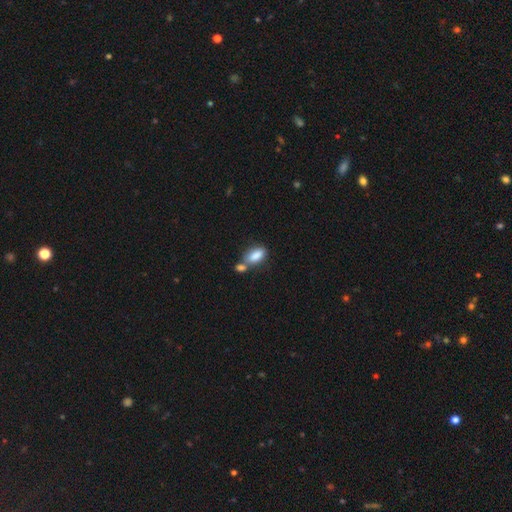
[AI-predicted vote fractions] Overall: smooth (84%). How rounded: in between (88%). Merging: merger (44%; none 39%).